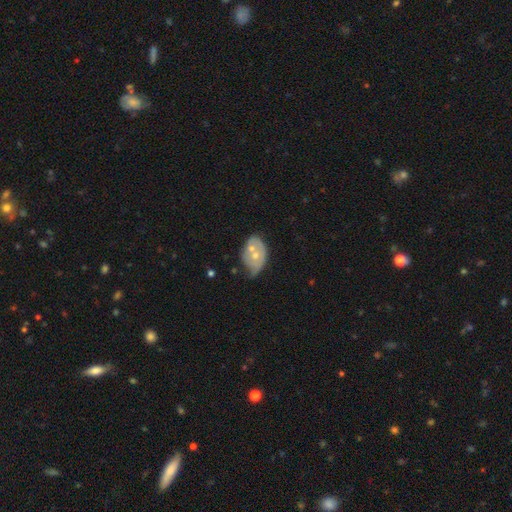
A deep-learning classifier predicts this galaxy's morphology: smooth_or_featured: featured or disk (p=0.48) [alt: smooth p=0.45]
merging: minor disturbance (p=0.33) [alt: merger p=0.27]